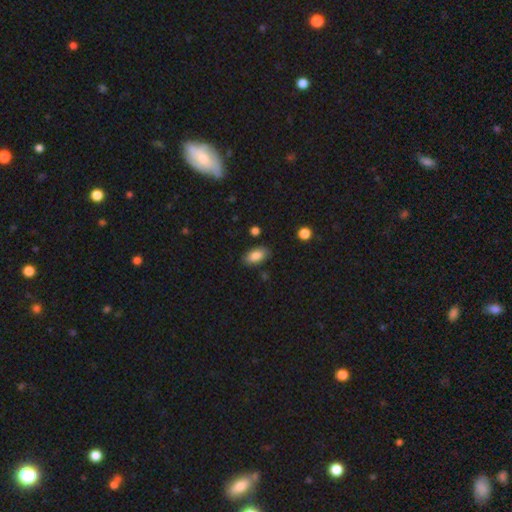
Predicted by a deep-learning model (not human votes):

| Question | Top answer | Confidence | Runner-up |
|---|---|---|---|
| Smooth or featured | smooth | 85% | featured or disk (8%) |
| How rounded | in between | 92% | cigar-shaped (4%) |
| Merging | none | 85% | minor disturbance (11%) |